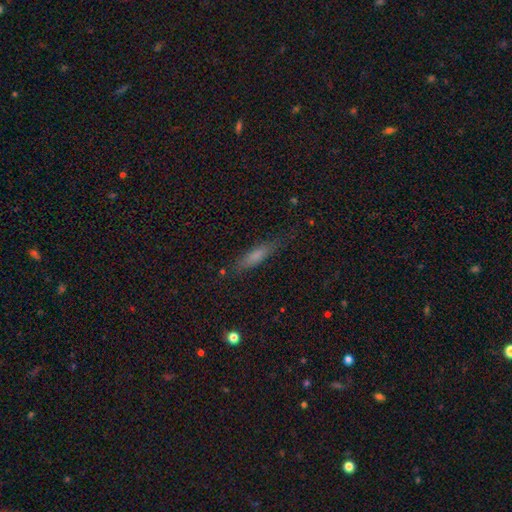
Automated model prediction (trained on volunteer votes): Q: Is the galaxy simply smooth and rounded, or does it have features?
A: smooth — 67%.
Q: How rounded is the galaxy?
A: cigar-shaped — 75%.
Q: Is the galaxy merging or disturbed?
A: none — 77%.